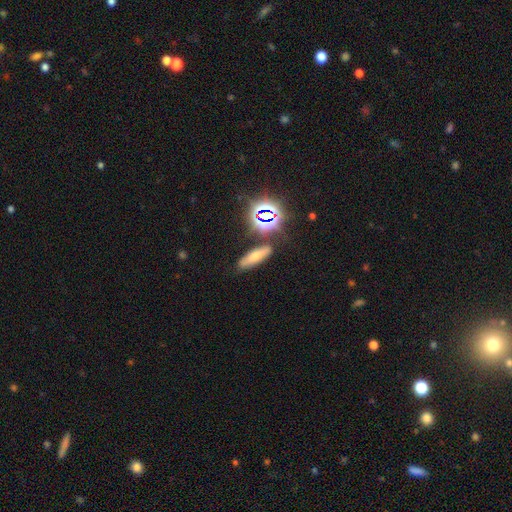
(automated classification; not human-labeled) This appears to be a smooth galaxy with no disk features (57%) that is cigar-shaped (51%). Merging: none (79%).